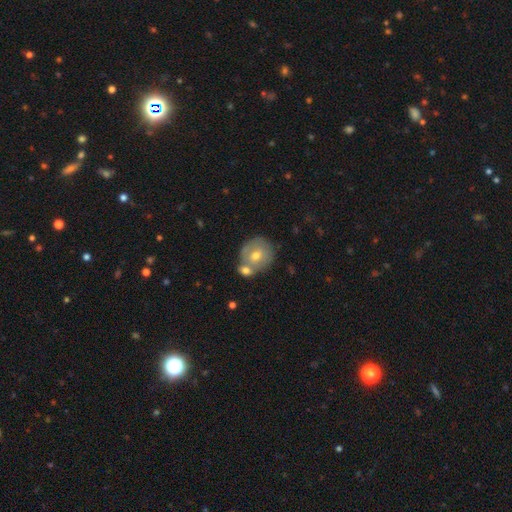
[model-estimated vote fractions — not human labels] Smooth or featured: smooth — 58% (featured or disk — 35%)
How rounded: round — 80% (in between — 19%)
Merging: none — 42% (tied with merger — 42%)